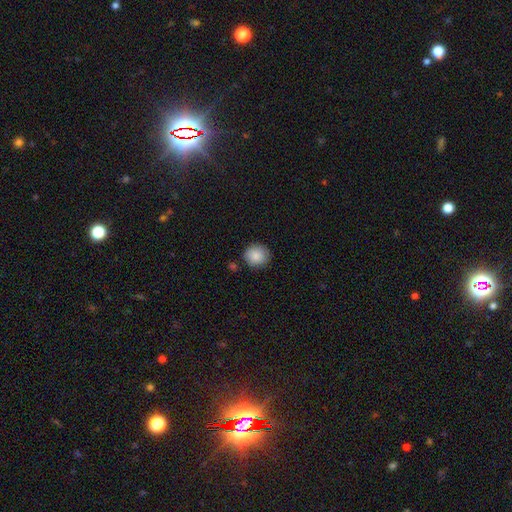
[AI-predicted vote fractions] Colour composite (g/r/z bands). It shows a smooth galaxy with no disk features (88%) that is round (89%). Merging: none (85%).